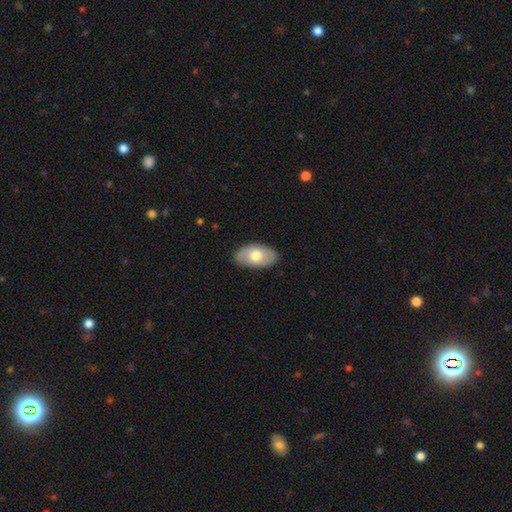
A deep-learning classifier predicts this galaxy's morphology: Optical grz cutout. It shows a smooth galaxy with no disk features (62%) that is in between round and cigar-shaped (94%). Merging: none (85%).